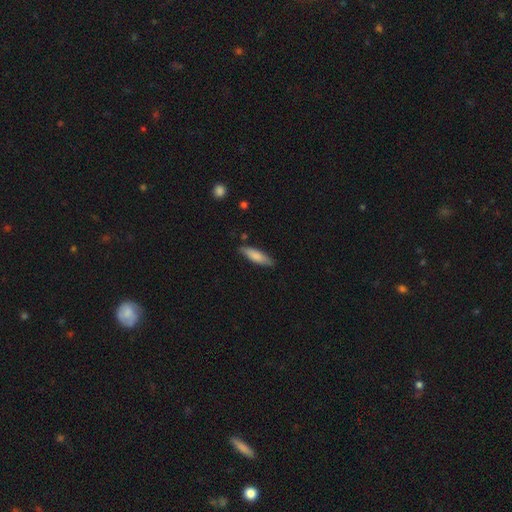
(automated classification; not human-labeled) A smooth galaxy with no disk features (79%) that is cigar-shaped (63%). Merging: none (81%).